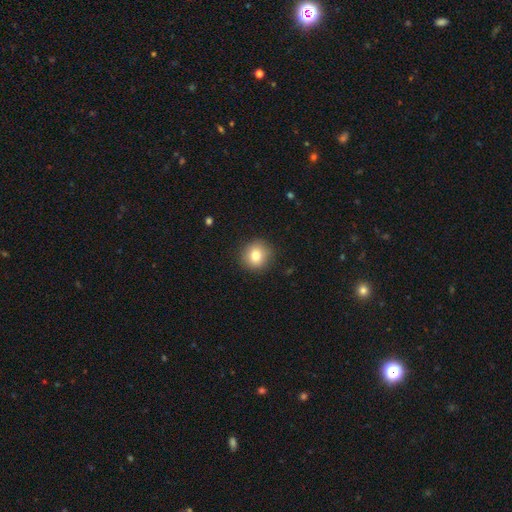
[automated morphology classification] Smooth or featured: smooth — 80% (star or artifact — 11%)
How rounded: round — 90% (in between — 9%)
Merging: none — 89% (minor disturbance — 7%)